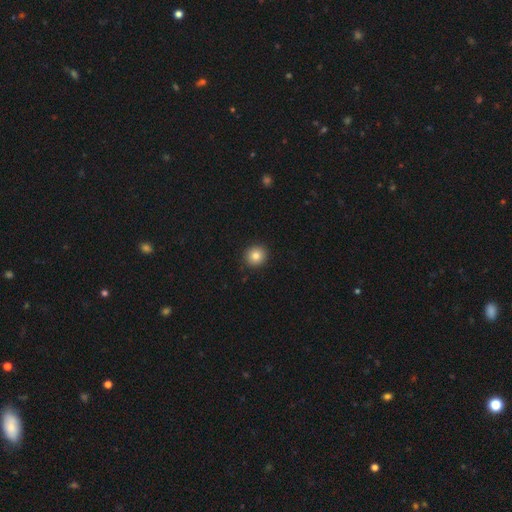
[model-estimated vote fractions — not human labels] A smooth galaxy with no disk features (84%) that is round (87%).

Vote fractions:
- Smooth or featured? smooth: 84% / star or artifact: 10% / featured or disk: 6%
- How rounded? round: 87% / in between: 12% / cigar-shaped: 1%
- Merging? none: 91% / minor disturbance: 6% / major disturbance: 2% / merger: 1%